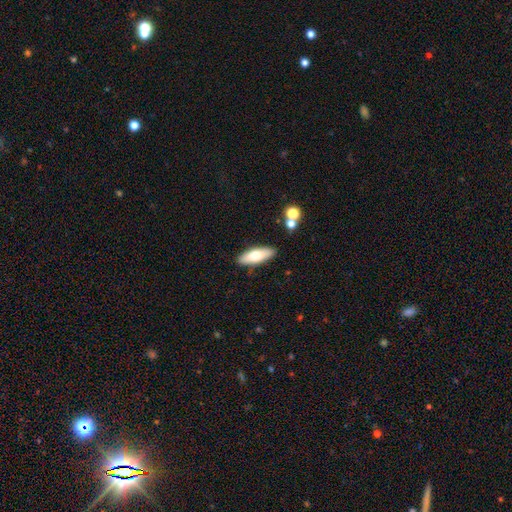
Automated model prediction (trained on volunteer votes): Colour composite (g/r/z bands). It shows a smooth galaxy with no disk features (65%) that is in between round and cigar-shaped (62%). Merging: none (87%).